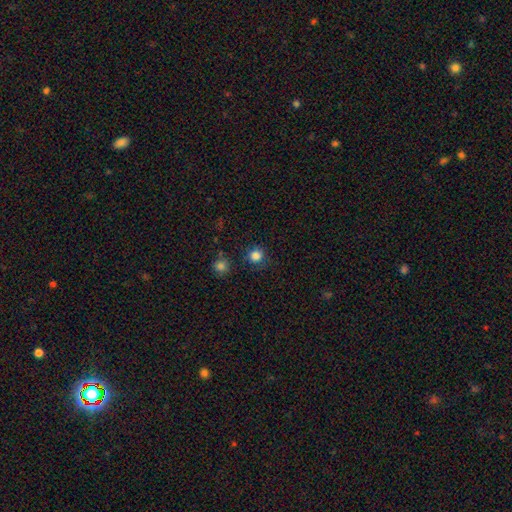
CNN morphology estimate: Q: Smooth or featured?
A: smooth (83%); runner-up: star or artifact (13%)
Q: How rounded?
A: round (91%); runner-up: in between (8%)
Q: Merging?
A: none (83%); runner-up: minor disturbance (11%)